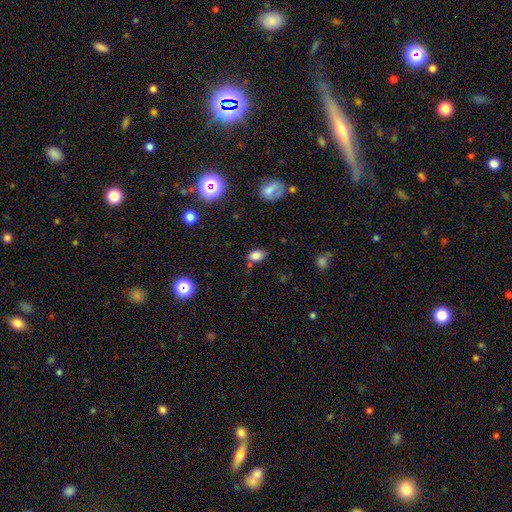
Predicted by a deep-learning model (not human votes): Q: Smooth or featured?
A: smooth (81%); runner-up: star or artifact (13%)
Q: How rounded?
A: in between (79%); runner-up: round (19%)
Q: Merging?
A: none (67%); runner-up: minor disturbance (19%)